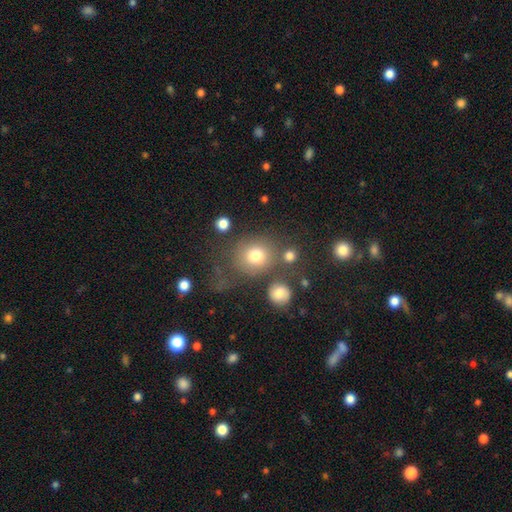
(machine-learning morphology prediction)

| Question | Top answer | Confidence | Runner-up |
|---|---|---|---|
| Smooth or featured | smooth | 77% | star or artifact (13%) |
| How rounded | round | 75% | in between (24%) |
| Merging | none | 59% | minor disturbance (16%) |